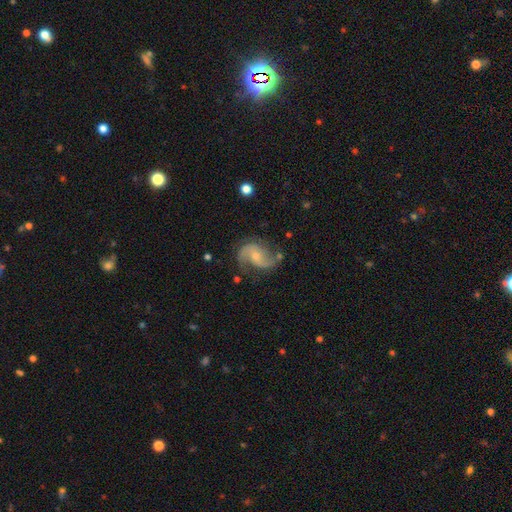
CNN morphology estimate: This appears to be a featured or disk galaxy (88%) with no bar (57%), 2 (91%) medium (45%, tied with loose) spiral arms (97%) and a small central bulge (58%). Merging: none (71%).